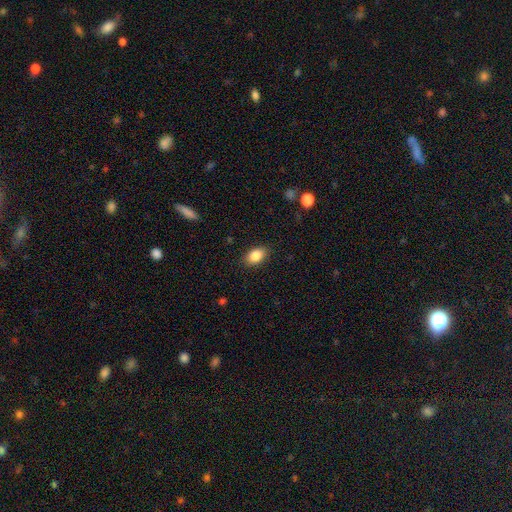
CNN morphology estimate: A smooth galaxy with no disk features (86%) that is in between round and cigar-shaped (87%). Merging: none (86%).